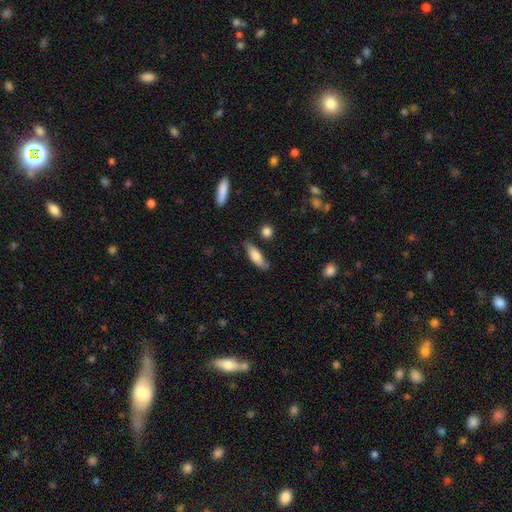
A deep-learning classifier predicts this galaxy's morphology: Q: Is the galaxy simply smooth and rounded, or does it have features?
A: smooth — 75%.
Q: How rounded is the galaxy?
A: in between — 56%.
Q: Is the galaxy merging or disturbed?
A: none — 72%.